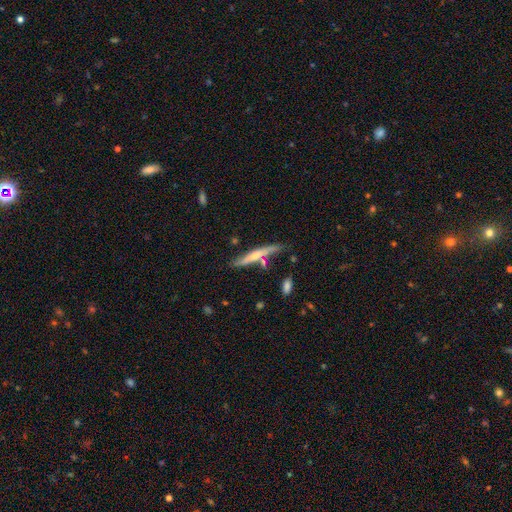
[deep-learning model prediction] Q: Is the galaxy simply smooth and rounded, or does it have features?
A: featured or disk — 47%, tied with smooth.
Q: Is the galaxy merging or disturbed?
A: none — 68%.